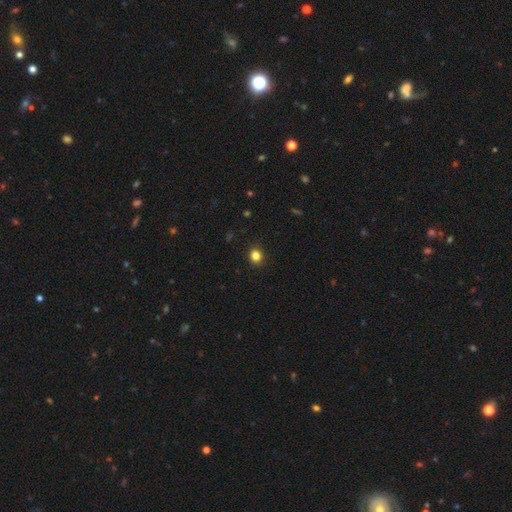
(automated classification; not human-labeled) The model was most divided on "how rounded": round: 79%, in between: 20%, cigar-shaped: 1%. More confident: merging — none (91%); smooth or featured — smooth (84%).